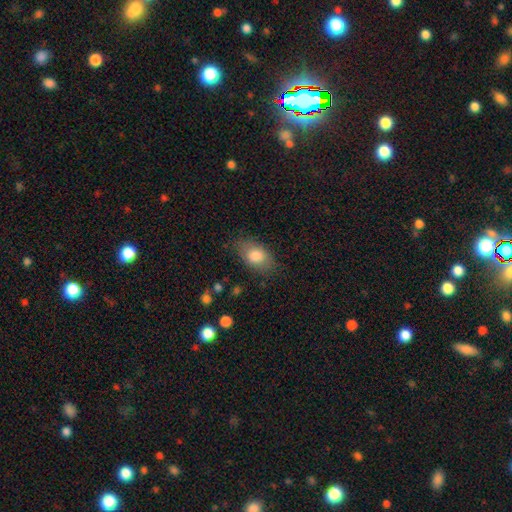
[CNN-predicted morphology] smooth_or_featured: smooth (p=0.81) [alt: featured or disk p=0.12]
how_rounded: in between (p=0.88) [alt: round p=0.09]
merging: none (p=0.77) [alt: minor disturbance p=0.16]